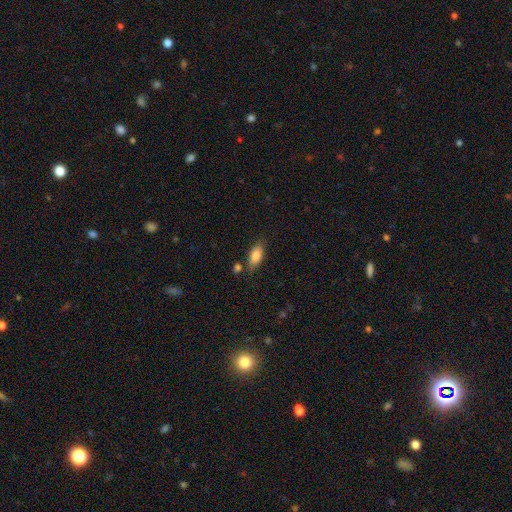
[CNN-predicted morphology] smooth-or-featured: smooth: 84% | featured or disk: 9% | star or artifact: 7%
  how-rounded: in between: 85% | cigar-shaped: 11% | round: 3%
  merging: none: 71% | minor disturbance: 17% | merger: 8% | major disturbance: 4%